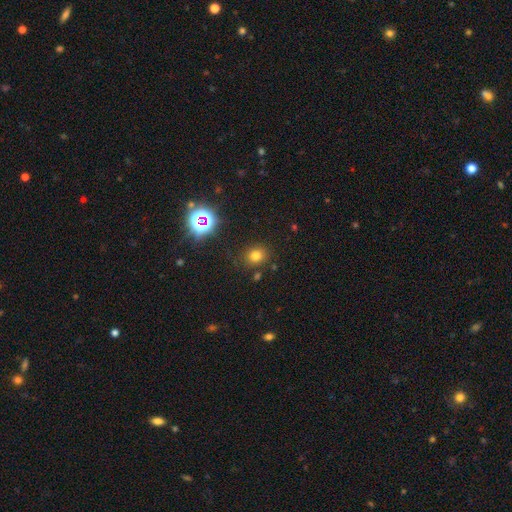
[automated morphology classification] A smooth galaxy with no disk features (72%) that is round (70%).

Vote fractions:
- Smooth or featured? smooth: 72% / star or artifact: 21% / featured or disk: 7%
- How rounded? round: 70% / in between: 29% / cigar-shaped: 1%
- Merging? none: 83% / minor disturbance: 10% / major disturbance: 4% / merger: 3%